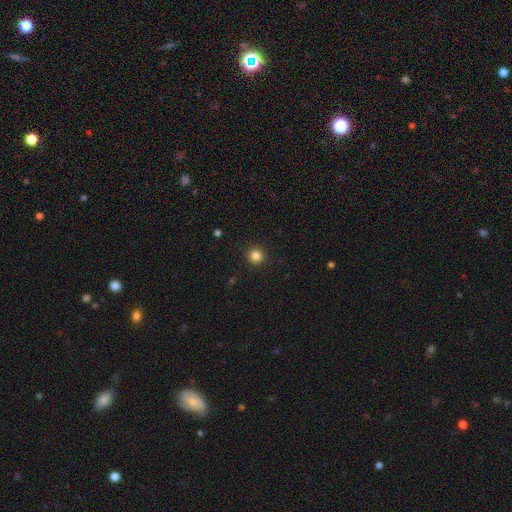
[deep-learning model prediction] Overall: smooth (84%). How rounded: round (95%). Merging: none (93%).